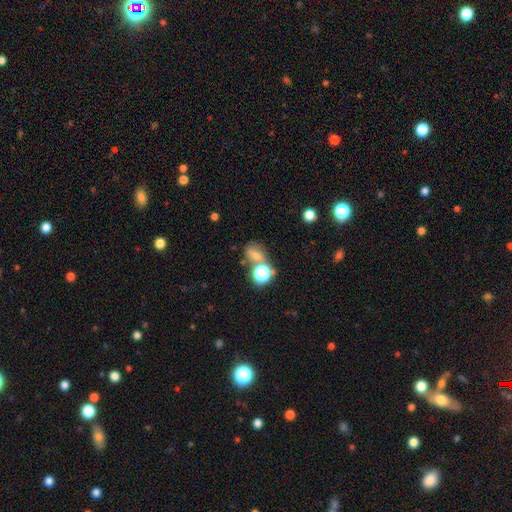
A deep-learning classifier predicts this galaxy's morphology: Q: Smooth or featured?
A: smooth (47%); runner-up: star or artifact (37%)
Q: Merging?
A: none (56%); runner-up: merger (24%)